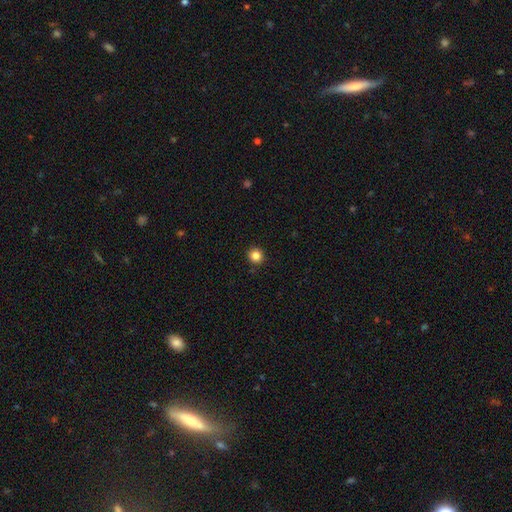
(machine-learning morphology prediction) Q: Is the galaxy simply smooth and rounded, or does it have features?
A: smooth — 85%.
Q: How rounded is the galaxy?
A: round — 91%.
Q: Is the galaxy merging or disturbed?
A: none — 91%.